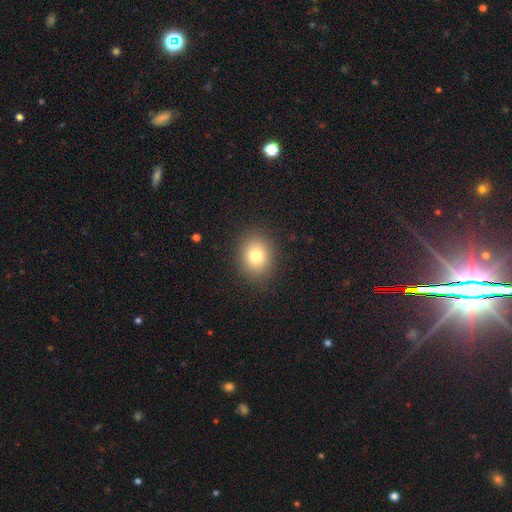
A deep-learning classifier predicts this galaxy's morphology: type=smooth (80%); roundness=round (56%); merging=none (88%).